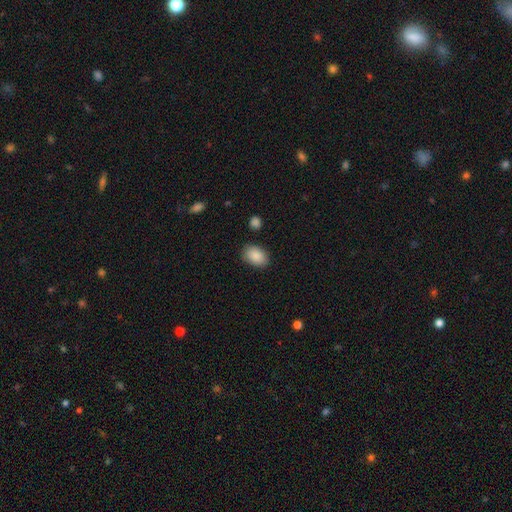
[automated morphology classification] Smooth or featured? Predicted: smooth (p=0.89). How rounded? Predicted: in between (p=0.83). Merging? Predicted: none (p=0.85).